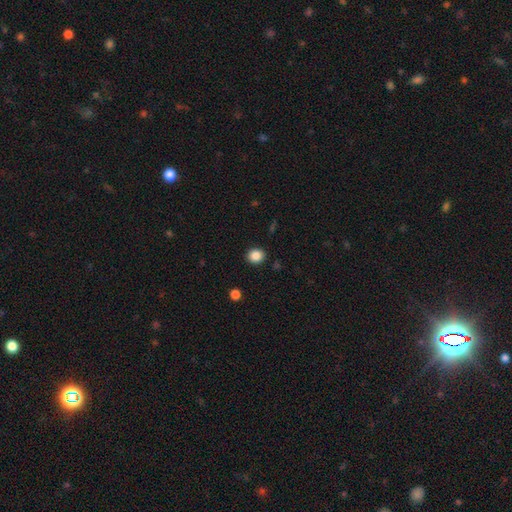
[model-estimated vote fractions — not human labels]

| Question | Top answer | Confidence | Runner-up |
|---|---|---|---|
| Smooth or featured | smooth | 87% | star or artifact (10%) |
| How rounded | round | 76% | in between (23%) |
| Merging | none | 91% | minor disturbance (6%) |